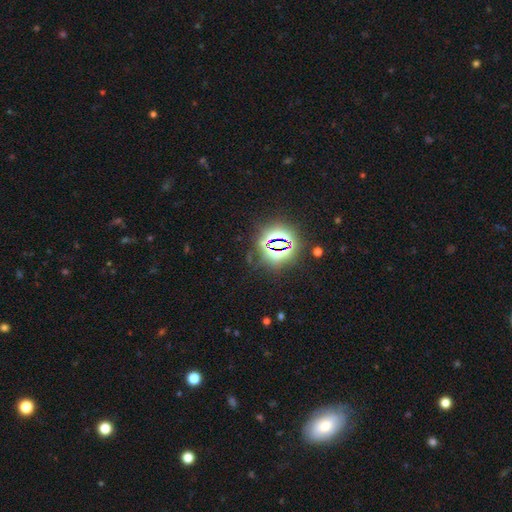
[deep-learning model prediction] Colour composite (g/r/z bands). It shows a star or artifact, not a galaxy (77%).